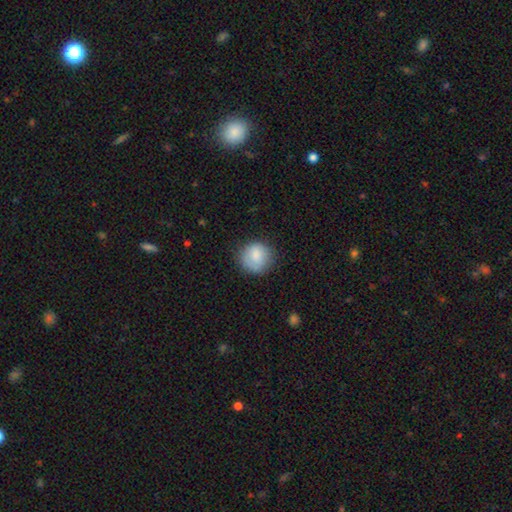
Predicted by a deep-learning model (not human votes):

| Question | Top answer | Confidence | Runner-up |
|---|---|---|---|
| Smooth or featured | smooth | 83% | featured or disk (10%) |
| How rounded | round | 88% | in between (11%) |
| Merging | none | 77% | minor disturbance (17%) |